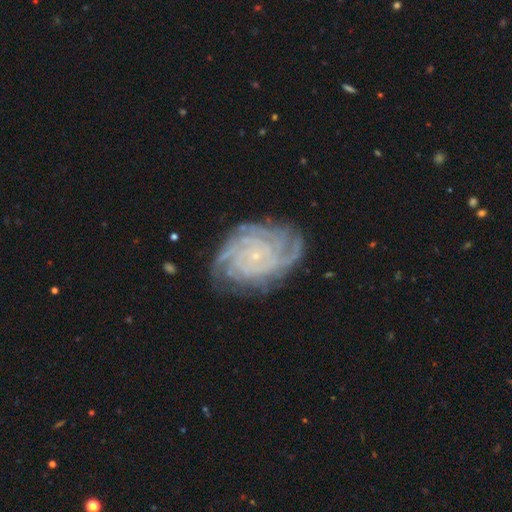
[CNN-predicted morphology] Smooth or featured? Predicted: featured or disk (p=0.88). Edge-on disk? Predicted: no (p=0.97). Bar? Predicted: no (p=0.81). Spiral arms? Predicted: yes (p=0.98). Spiral winding? Predicted: tight (p=0.81). Spiral arm count? Predicted: 4 (p=0.27). Bulge size? Predicted: small (p=0.89). Merging? Predicted: none (p=0.76).